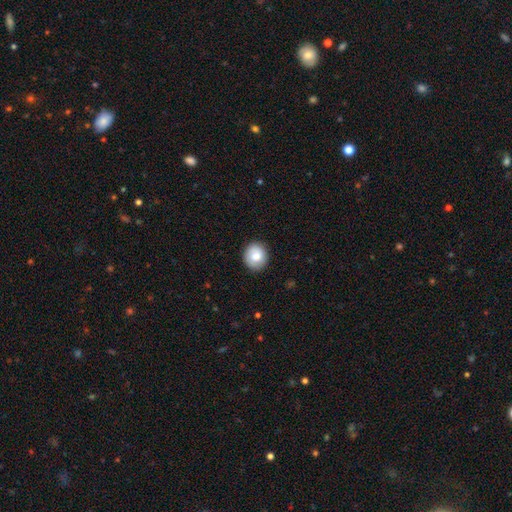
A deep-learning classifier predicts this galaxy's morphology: Overall: smooth (84%). How rounded: round (79%). Merging: none (88%).